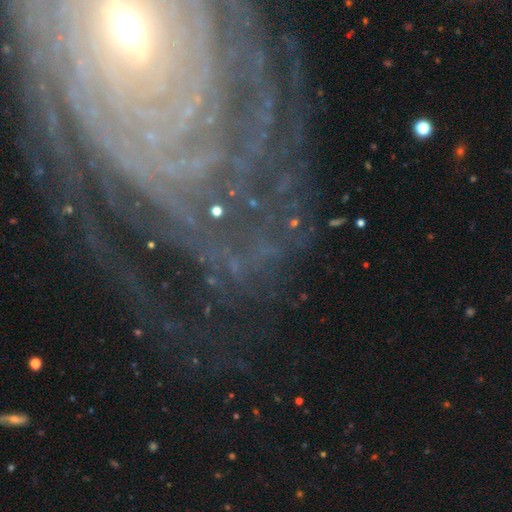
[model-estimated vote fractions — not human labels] Smooth or featured? featured or disk (79%)
Edge-on disk? no (95%)
Bar? no (51%)
Spiral arms? yes (94%)
Spiral winding? tight (82%)
Spiral arm count? can't tell (26%)
Bulge size? small (66%)
Merging? none (75%)